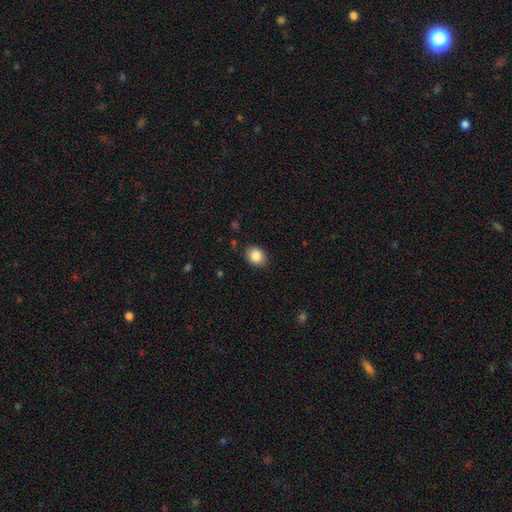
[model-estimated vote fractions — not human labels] smooth-or-featured: smooth: 86% | star or artifact: 9% | featured or disk: 5%
  how-rounded: in between: 55% | round: 44% | cigar-shaped: 1%
  merging: none: 84% | minor disturbance: 12% | major disturbance: 3% | merger: 1%